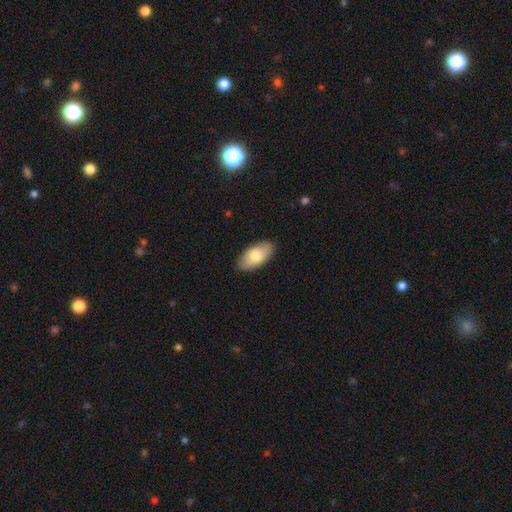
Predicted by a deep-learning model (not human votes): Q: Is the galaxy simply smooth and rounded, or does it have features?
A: smooth — 76%.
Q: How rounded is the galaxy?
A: in between — 93%.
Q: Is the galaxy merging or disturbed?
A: none — 87%.